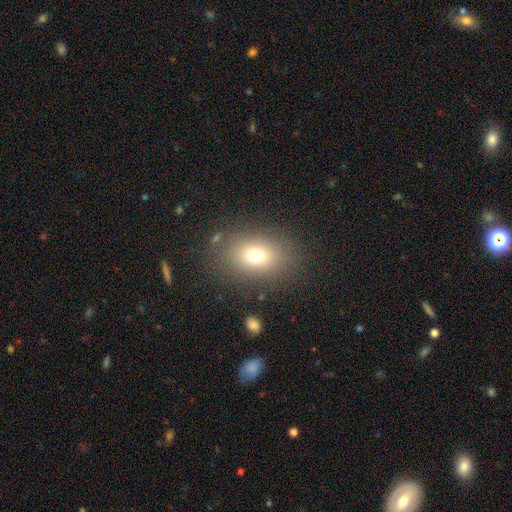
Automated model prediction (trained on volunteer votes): Smooth or featured? smooth (73%)
How rounded? in between (60%)
Merging? none (82%)